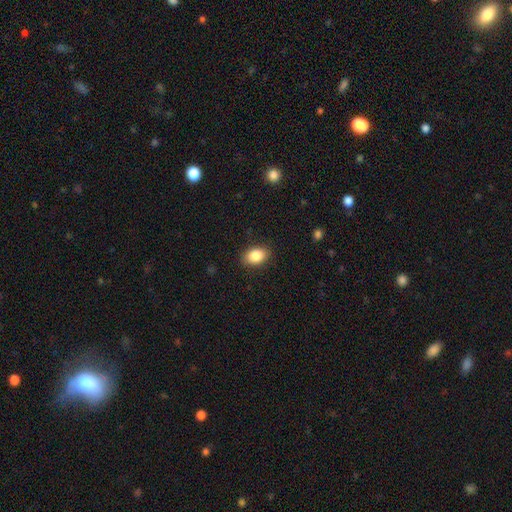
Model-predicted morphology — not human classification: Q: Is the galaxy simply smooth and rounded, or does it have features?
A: smooth — 86%.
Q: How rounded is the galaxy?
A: in between — 83%.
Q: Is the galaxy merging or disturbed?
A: none — 87%.